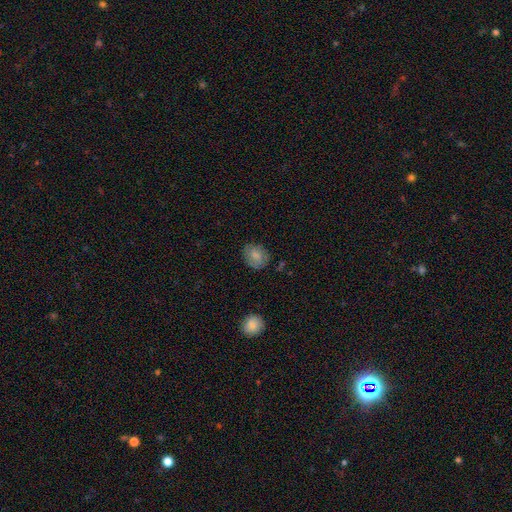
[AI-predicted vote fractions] smooth-or-featured: smooth: 76% | featured or disk: 15% | star or artifact: 8%
  how-rounded: in between: 51% | round: 48% | cigar-shaped: 1%
  merging: none: 73% | minor disturbance: 20% | major disturbance: 5% | merger: 2%